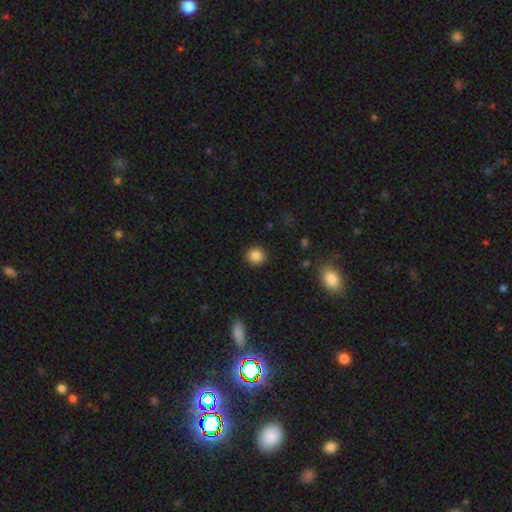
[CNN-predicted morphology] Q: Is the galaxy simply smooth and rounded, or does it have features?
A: smooth — 86%.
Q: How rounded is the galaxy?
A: round — 88%.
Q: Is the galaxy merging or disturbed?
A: none — 90%.